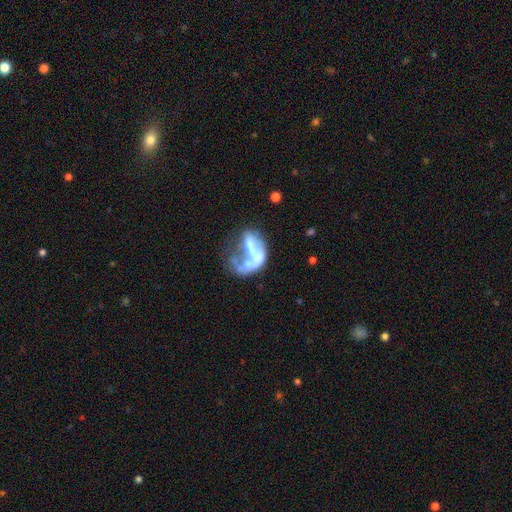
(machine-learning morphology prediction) smooth-or-featured: featured or disk: 61% | smooth: 28% | star or artifact: 11%
  disk-edge-on: no: 97% | yes: 3%
    bar: no: 77% | weak: 15% | strong: 8%
    has-spiral-arms: no: 84% | yes: 16%
    bulge-size: none: 46% | moderate: 26% | small: 20% | large: 7% | dominant: 2%
  merging: major disturbance: 37% | merger: 36% | none: 16% | minor disturbance: 11%